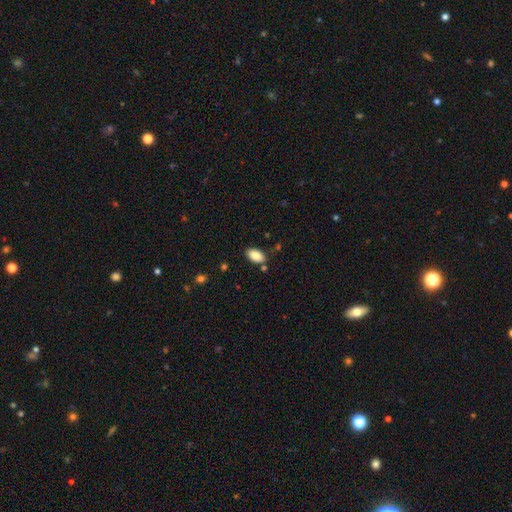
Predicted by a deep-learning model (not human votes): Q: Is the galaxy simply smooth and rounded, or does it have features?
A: smooth — 86%.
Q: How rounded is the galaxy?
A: in between — 93%.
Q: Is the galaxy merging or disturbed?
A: none — 81%.